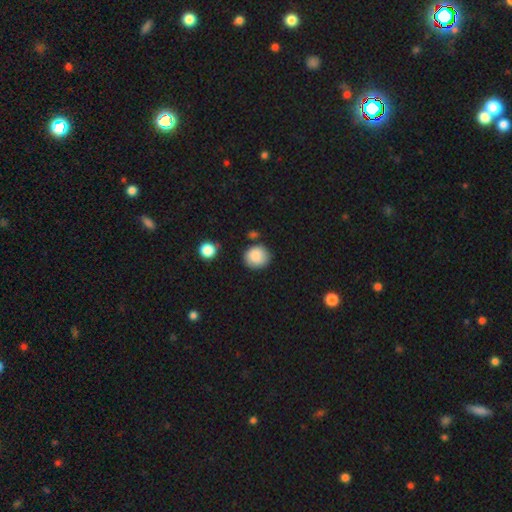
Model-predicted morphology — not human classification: smooth 86%, star or artifact 8%, featured or disk 6%. Down the decision tree: how rounded — round (85%); merging — none (77%).